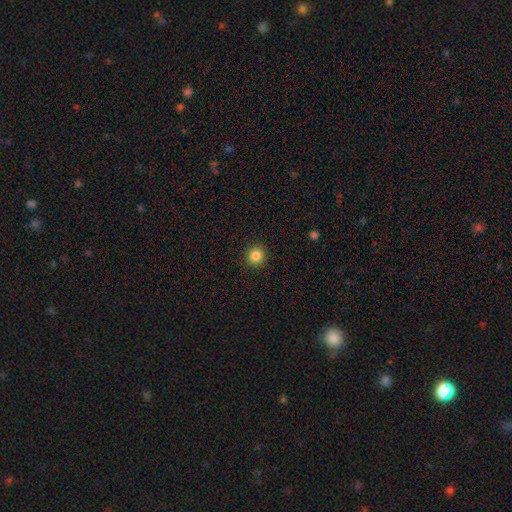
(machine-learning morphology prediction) This appears to be a smooth galaxy with no disk features (84%) that is round (92%). Merging: none (92%).